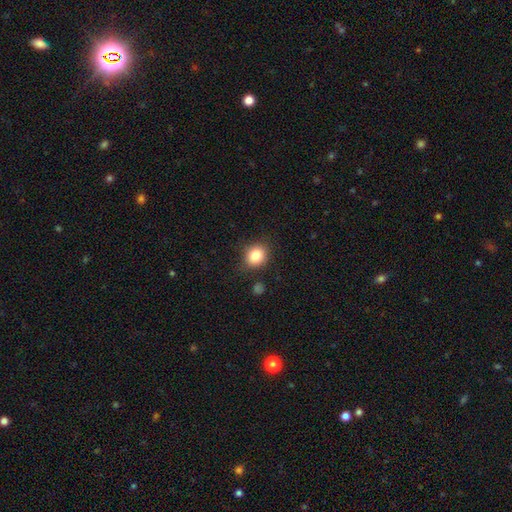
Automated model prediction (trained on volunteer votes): This is clearly a smooth galaxy (83%). How rounded: likely round (68%). Merging: clearly none (81%).